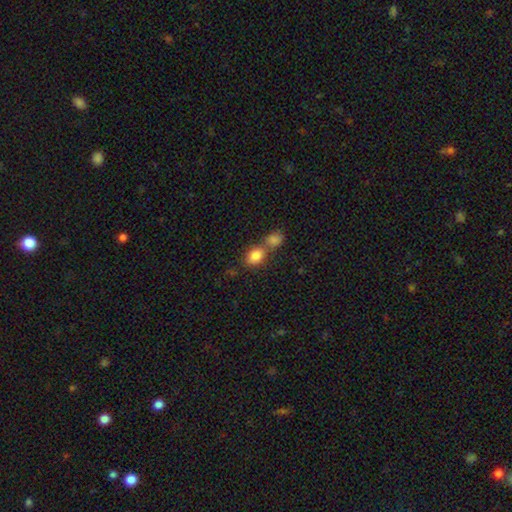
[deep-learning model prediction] Overall: smooth (84%). How rounded: in between (64%; round 35%). Merging: merger (46%; none 42%).